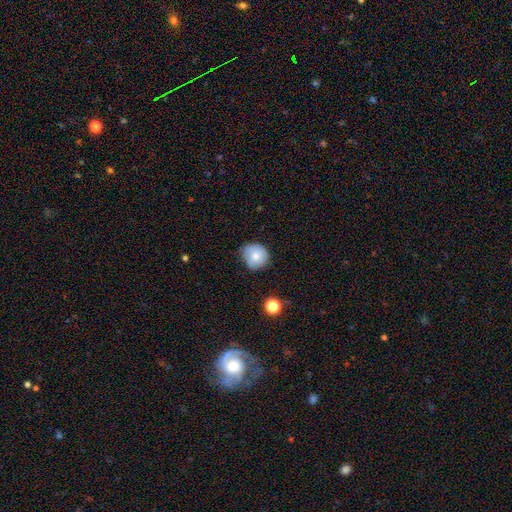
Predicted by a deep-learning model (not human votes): A smooth galaxy with no disk features (76%) that is round (88%). Merging: none (70%).